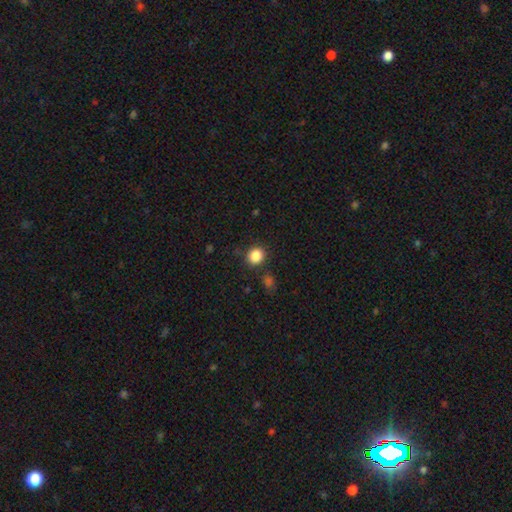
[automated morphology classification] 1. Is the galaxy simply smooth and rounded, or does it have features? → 86% smooth, 10% star or artifact, 4% featured or disk.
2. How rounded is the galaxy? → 82% round, 17% in between, 1% cigar-shaped.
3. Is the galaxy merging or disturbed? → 85% none, 8% minor disturbance, 4% merger, 3% major disturbance.